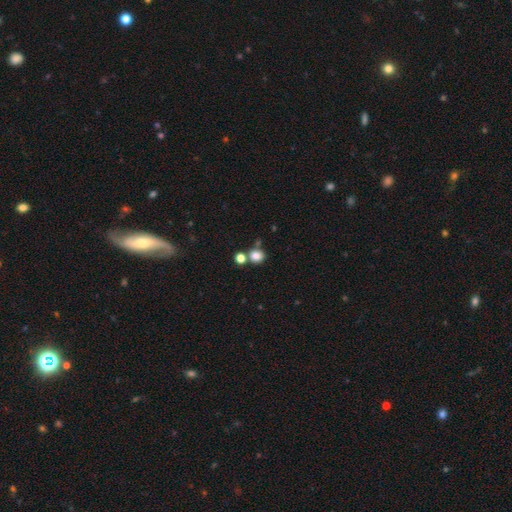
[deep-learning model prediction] This appears to be a smooth galaxy with no disk features (81%) that is round (78%). Merging: none (61%).